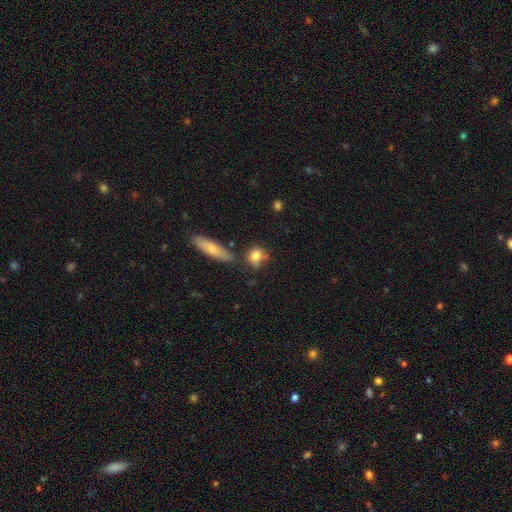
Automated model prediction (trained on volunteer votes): smooth_or_featured: smooth (p=0.79) [alt: featured or disk p=0.11]
how_rounded: round (p=0.58) [alt: in between p=0.36]
merging: none (p=0.61) [alt: minor disturbance p=0.21]